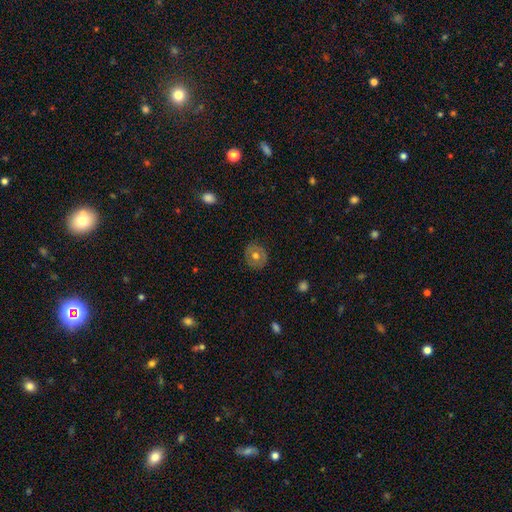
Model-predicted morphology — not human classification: This is possibly a smooth galaxy (59%). How rounded: clearly round (84%). Merging: clearly none (86%).